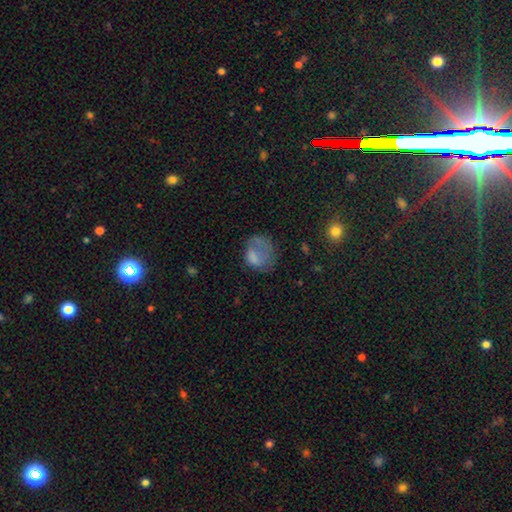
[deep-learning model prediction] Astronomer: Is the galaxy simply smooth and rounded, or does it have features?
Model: smooth — 63%.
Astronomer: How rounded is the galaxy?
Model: in between — 51% (runner-up: round, 48%).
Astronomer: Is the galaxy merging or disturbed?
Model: major disturbance — 41% (runner-up: none, 31%).